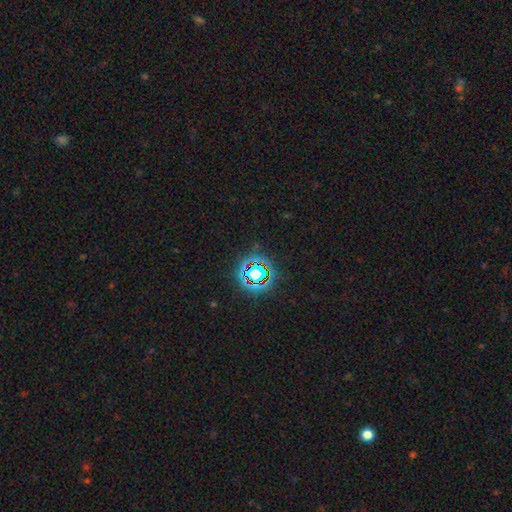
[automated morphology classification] type=star or artifact (78%).